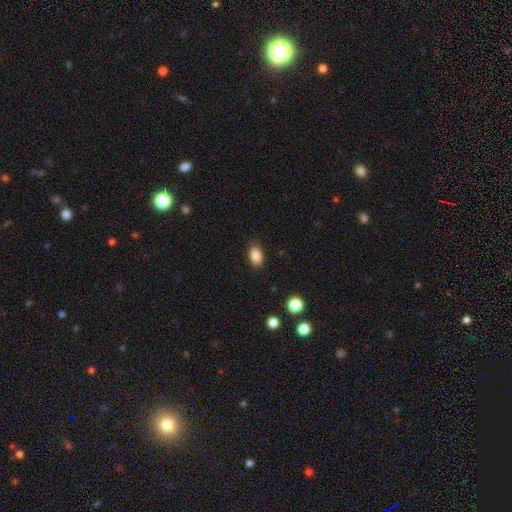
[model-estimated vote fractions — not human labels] Q: Smooth or featured?
A: smooth (88%); runner-up: star or artifact (8%)
Q: How rounded?
A: in between (90%); runner-up: round (8%)
Q: Merging?
A: none (86%); runner-up: minor disturbance (11%)